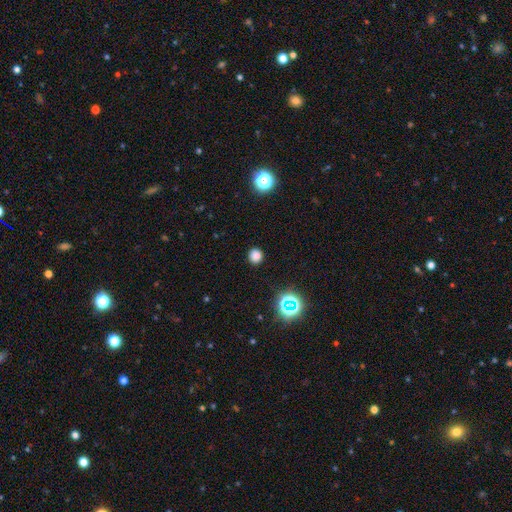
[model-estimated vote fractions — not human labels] This appears to be a smooth galaxy with no disk features (77%) that is round (85%). Merging: none (89%).